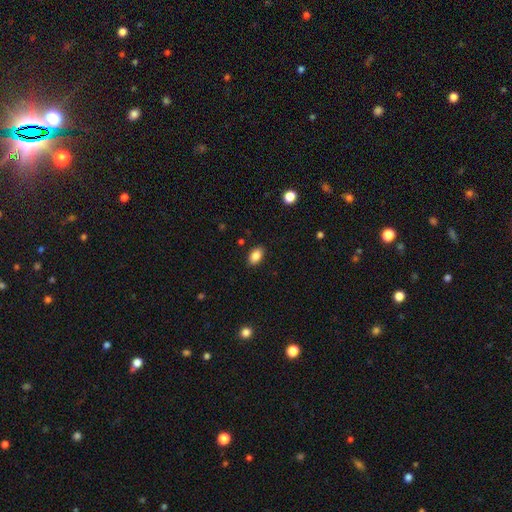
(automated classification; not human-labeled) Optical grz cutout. It shows a smooth galaxy with no disk features (85%) that is in between round and cigar-shaped (90%). Merging: none (88%).